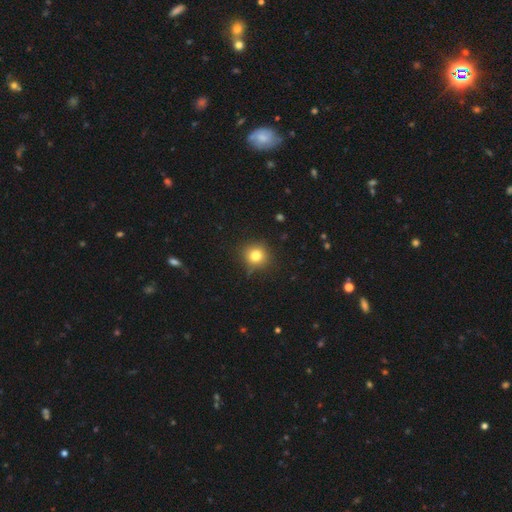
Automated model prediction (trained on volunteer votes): smooth_or_featured: smooth (p=0.80) [alt: star or artifact p=0.13]
how_rounded: round (p=0.91) [alt: in between p=0.08]
merging: none (p=0.86) [alt: minor disturbance p=0.10]